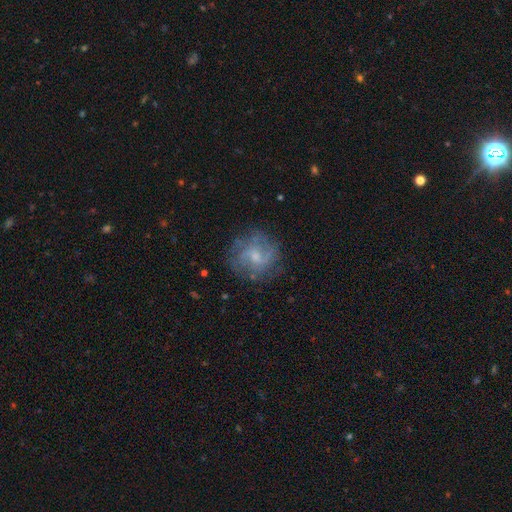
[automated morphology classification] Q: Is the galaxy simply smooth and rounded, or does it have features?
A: featured or disk — 70%.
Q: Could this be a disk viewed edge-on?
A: no — 98%.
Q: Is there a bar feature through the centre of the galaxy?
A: no — 47%.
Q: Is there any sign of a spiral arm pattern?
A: yes — 85%.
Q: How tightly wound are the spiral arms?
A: medium — 45%.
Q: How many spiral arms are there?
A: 2 — 43%.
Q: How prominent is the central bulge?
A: small — 50%.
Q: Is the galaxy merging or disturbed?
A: none — 74%.